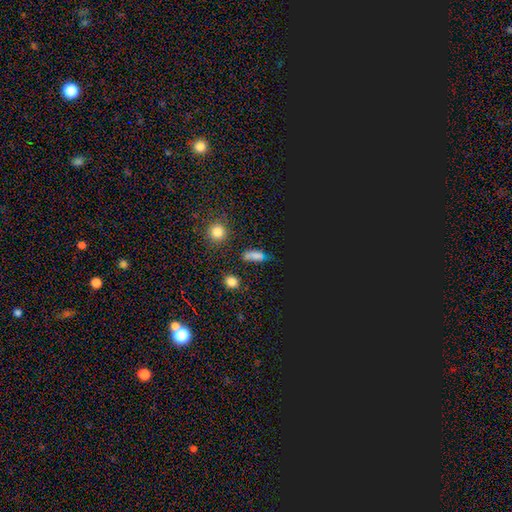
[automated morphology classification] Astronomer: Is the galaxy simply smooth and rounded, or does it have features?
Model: smooth — 56% (runner-up: star or artifact, 33%).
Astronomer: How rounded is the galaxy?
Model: in between — 52% (runner-up: cigar-shaped, 30%).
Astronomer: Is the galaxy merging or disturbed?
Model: none — 59%.